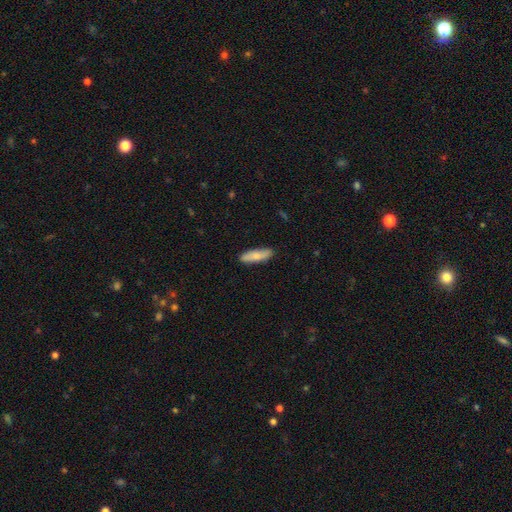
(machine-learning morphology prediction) Smooth or featured: smooth — 76% (featured or disk — 19%)
How rounded: cigar-shaped — 62% (in between — 36%)
Merging: none — 86% (minor disturbance — 11%)